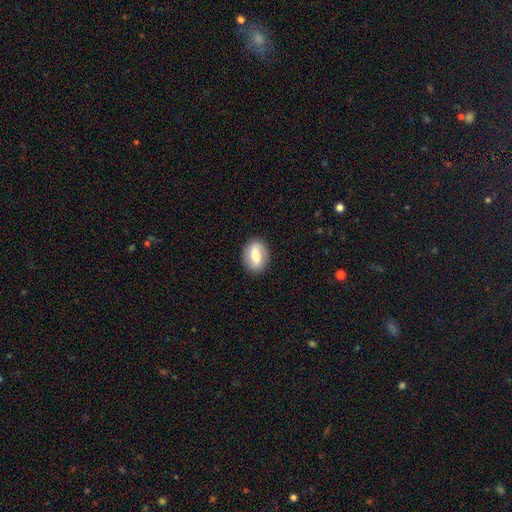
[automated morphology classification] This is possibly a smooth galaxy (55%). How rounded: likely in between (74%). Merging: clearly none (87%).